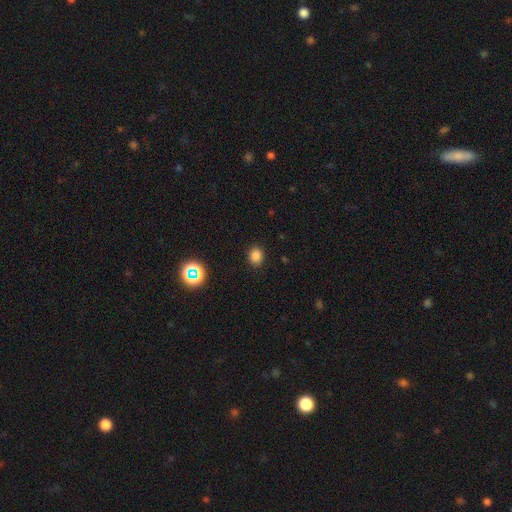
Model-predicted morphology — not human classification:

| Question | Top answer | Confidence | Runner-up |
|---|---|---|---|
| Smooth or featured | smooth | 81% | star or artifact (15%) |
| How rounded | round | 58% | in between (41%) |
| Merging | none | 89% | minor disturbance (8%) |